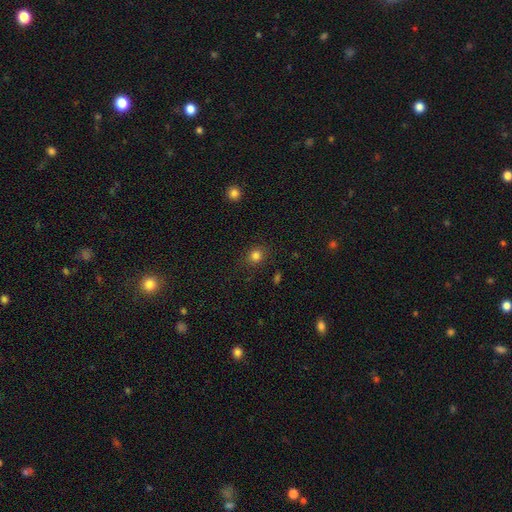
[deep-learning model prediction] Smooth or featured? smooth (82%)
How rounded? round (80%)
Merging? none (86%)